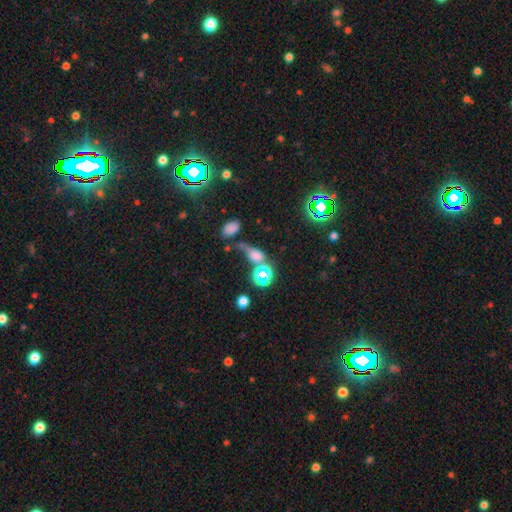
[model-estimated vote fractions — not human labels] smooth_or_featured: smooth (p=0.53) [alt: star or artifact p=0.33]
how_rounded: in between (p=0.62) [alt: round p=0.30]
merging: none (p=0.37) [alt: merger p=0.33]